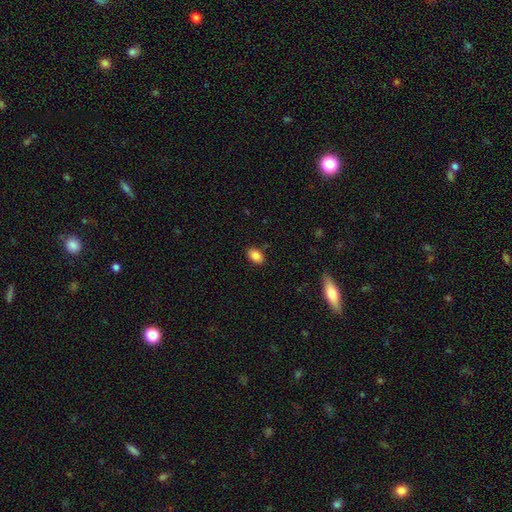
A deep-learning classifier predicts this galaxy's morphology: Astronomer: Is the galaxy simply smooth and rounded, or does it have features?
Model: smooth — 86%.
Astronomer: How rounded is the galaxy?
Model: in between — 86%.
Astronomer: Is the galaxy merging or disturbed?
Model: none — 86%.